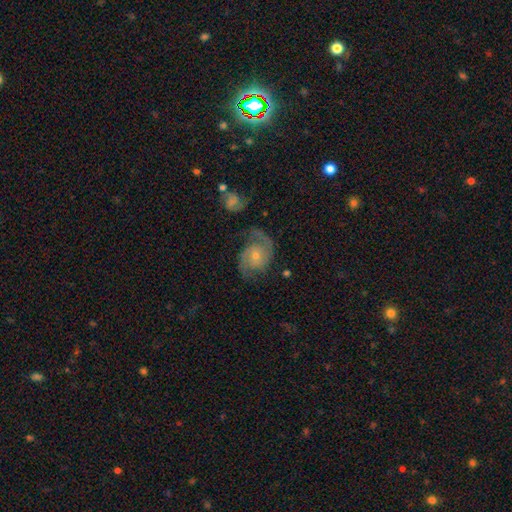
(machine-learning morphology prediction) This appears to be a featured or disk galaxy (85%) with no bar (71%), 2 (85%) medium (50%) spiral arms (97%) and a small central bulge (58%). Merging: none (66%).